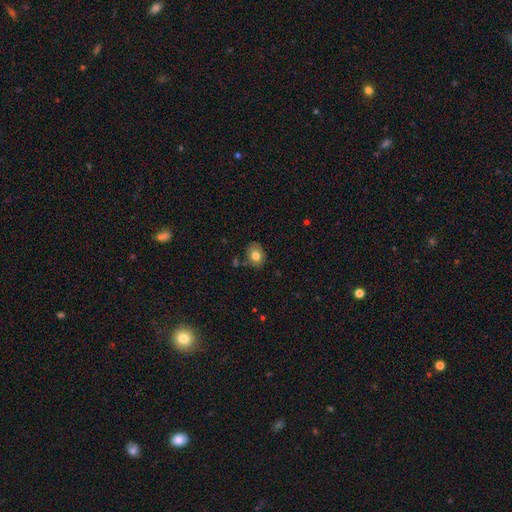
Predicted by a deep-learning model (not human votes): Overall: smooth (76%). How rounded: in between (54%; round 45%). Merging: none (78%).